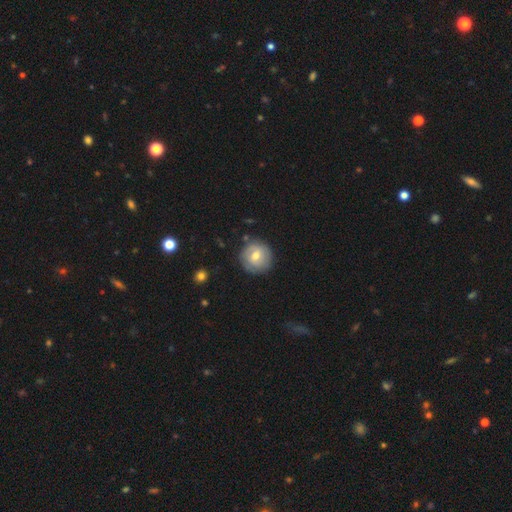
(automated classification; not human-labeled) Q: Smooth or featured?
A: smooth (49%); runner-up: featured or disk (45%)
Q: Merging?
A: none (82%); runner-up: minor disturbance (13%)